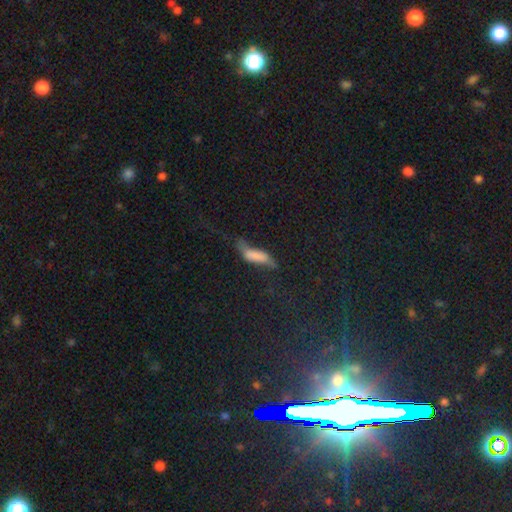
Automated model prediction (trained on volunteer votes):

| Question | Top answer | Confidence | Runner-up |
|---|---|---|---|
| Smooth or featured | smooth | 62% | featured or disk (26%) |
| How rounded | in between | 49% | cigar-shaped (47%) |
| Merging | major disturbance | 34% | none (31%) |